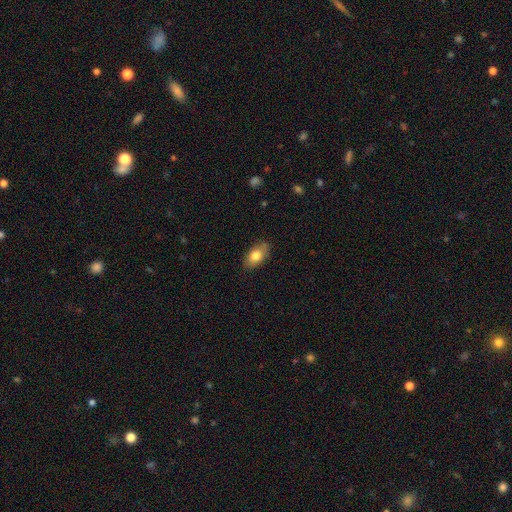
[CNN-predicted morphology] Smooth or featured? Predicted: smooth (p=0.79). How rounded? Predicted: in between (p=0.90). Merging? Predicted: none (p=0.82).